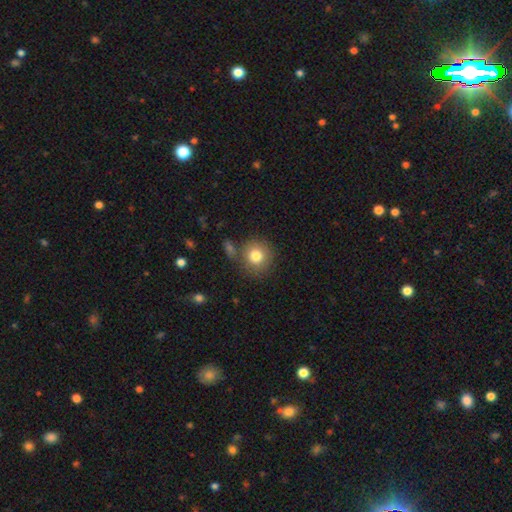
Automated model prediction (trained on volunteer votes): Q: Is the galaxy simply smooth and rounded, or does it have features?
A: smooth — 81%.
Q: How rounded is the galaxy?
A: round — 89%.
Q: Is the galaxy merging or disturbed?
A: none — 76%.